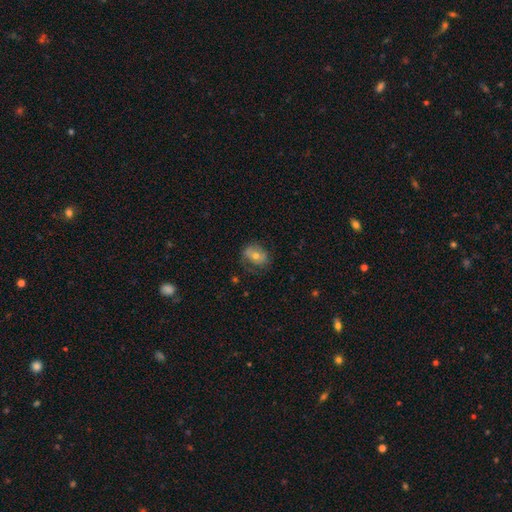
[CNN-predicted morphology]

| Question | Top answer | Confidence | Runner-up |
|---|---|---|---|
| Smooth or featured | smooth | 56% | featured or disk (35%) |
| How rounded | in between | 63% | round (36%) |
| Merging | none | 62% | minor disturbance (24%) |